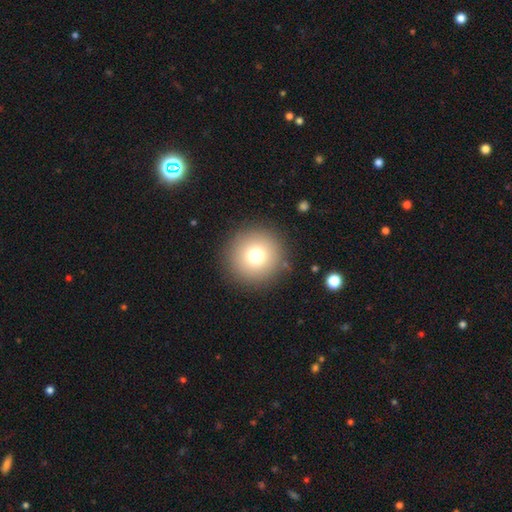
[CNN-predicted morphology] Overall: smooth (75%). How rounded: round (96%). Merging: none (90%).